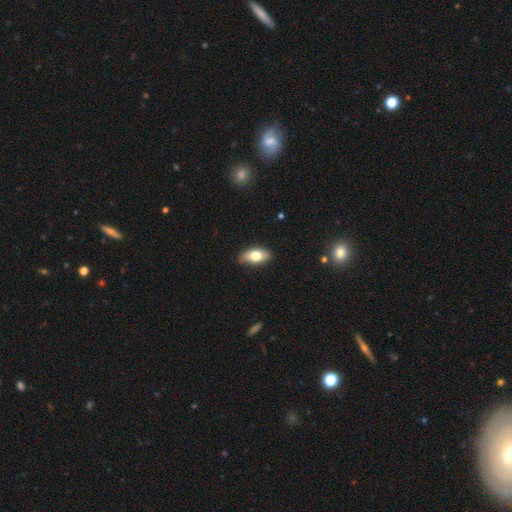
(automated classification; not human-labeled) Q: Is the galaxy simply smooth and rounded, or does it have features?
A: smooth — 74%.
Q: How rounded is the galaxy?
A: in between — 89%.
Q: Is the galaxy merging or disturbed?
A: none — 82%.